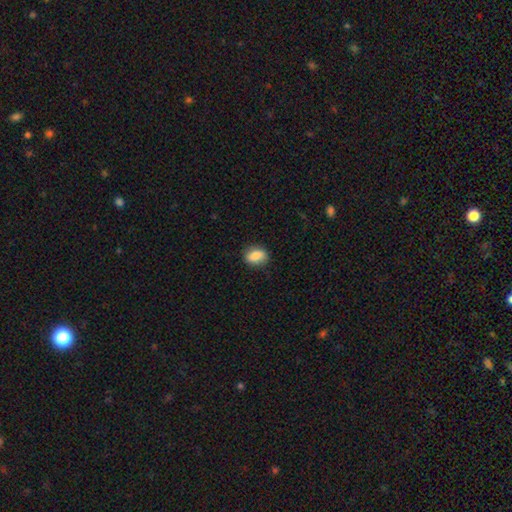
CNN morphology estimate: This is clearly a smooth galaxy (84%). How rounded: likely in between (72%). Merging: clearly none (81%).